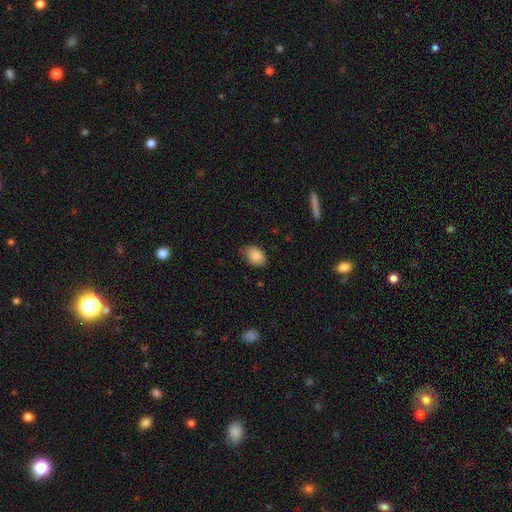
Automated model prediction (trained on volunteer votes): This is clearly a smooth galaxy (85%). How rounded: clearly in between (81%). Merging: likely none (69%).